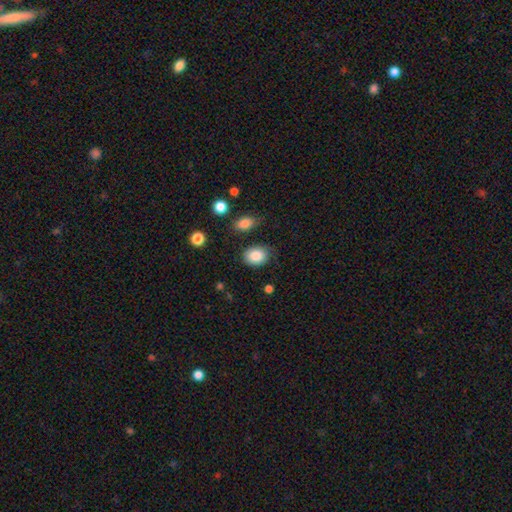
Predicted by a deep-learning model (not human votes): smooth_or_featured: smooth (p=0.86) [alt: star or artifact p=0.08]
how_rounded: in between (p=0.64) [alt: round p=0.35]
merging: none (p=0.73) [alt: minor disturbance p=0.19]